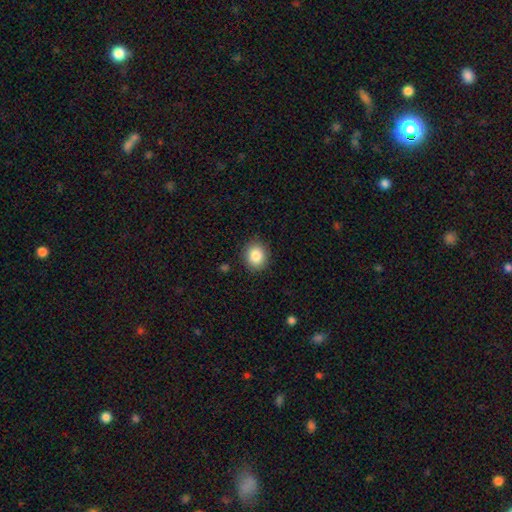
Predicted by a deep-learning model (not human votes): This appears to be a smooth galaxy with no disk features (86%) that is round (68%). Merging: none (89%).